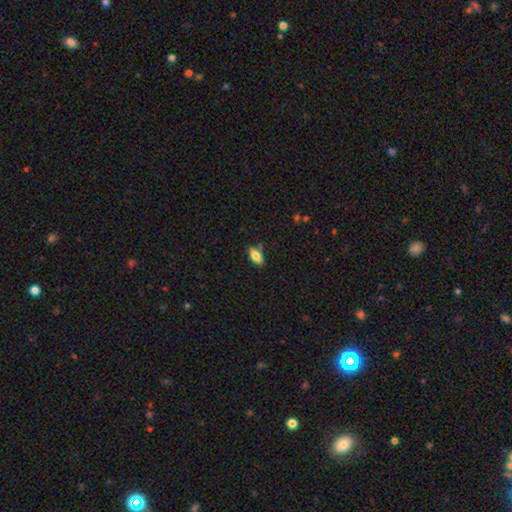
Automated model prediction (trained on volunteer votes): A smooth galaxy with no disk features (76%) that is in between round and cigar-shaped (83%).

Vote fractions:
- Smooth or featured? smooth: 76% / featured or disk: 15% / star or artifact: 9%
- How rounded? in between: 83% / cigar-shaped: 14% / round: 3%
- Merging? none: 71% / minor disturbance: 18% / merger: 6% / major disturbance: 5%